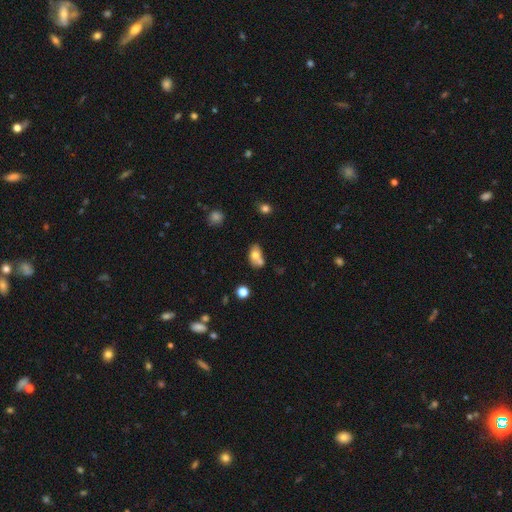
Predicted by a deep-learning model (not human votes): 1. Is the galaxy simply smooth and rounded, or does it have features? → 71% smooth, 19% featured or disk, 10% star or artifact.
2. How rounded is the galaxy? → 75% in between, 23% round, 2% cigar-shaped.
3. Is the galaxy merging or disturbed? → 49% merger, 32% none, 13% minor disturbance, 6% major disturbance.